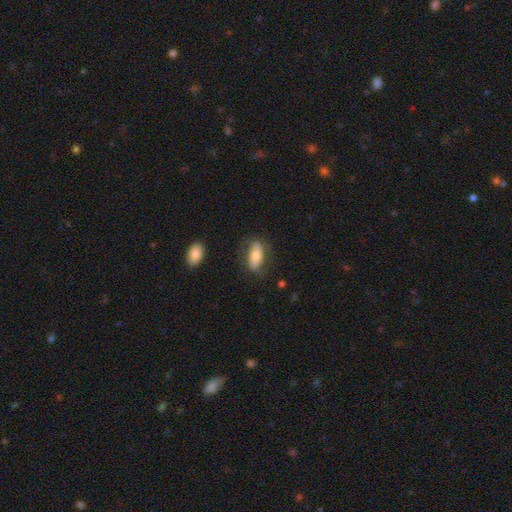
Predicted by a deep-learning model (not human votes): This is likely a smooth galaxy (65%). How rounded: clearly in between (85%). Merging: likely none (72%).